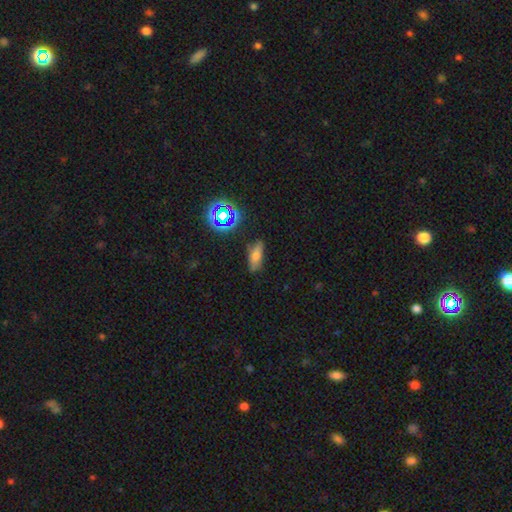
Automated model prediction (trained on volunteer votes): Q: Smooth or featured?
A: smooth (66%); runner-up: featured or disk (18%)
Q: How rounded?
A: in between (69%); runner-up: cigar-shaped (26%)
Q: Merging?
A: none (74%); runner-up: minor disturbance (18%)